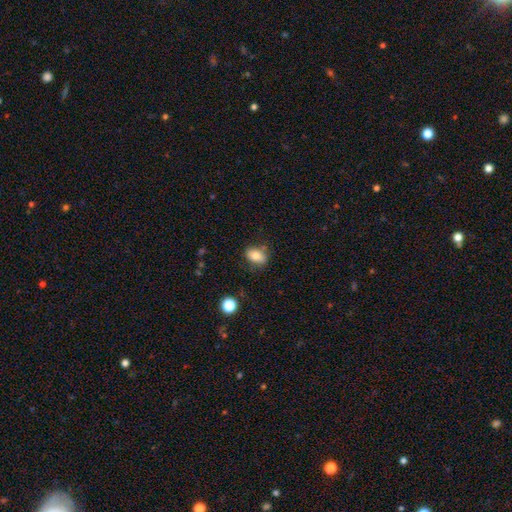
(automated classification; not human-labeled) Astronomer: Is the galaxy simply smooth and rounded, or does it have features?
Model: smooth — 80%.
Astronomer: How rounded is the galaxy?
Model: in between — 82%.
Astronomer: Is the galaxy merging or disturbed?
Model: none — 74%.